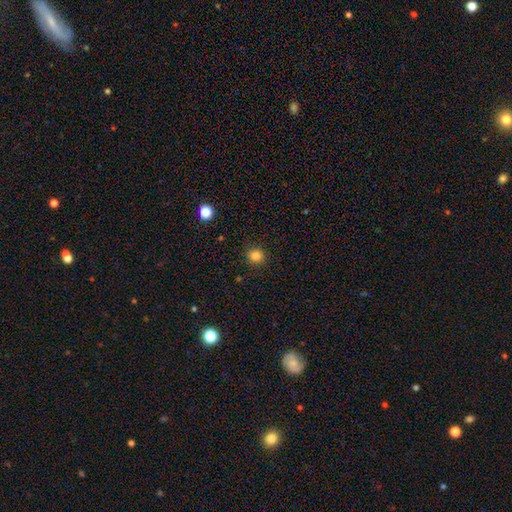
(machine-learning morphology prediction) Overall: smooth (83%). How rounded: round (88%). Merging: none (91%).